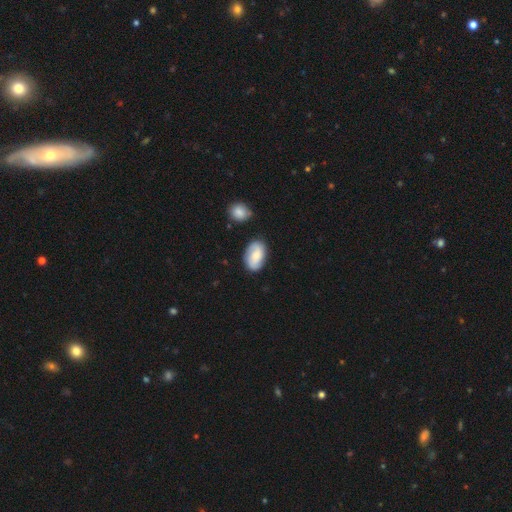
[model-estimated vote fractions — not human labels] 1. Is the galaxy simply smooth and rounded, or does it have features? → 56% smooth, 37% featured or disk, 7% star or artifact.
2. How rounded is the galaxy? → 89% in between, 9% round, 2% cigar-shaped.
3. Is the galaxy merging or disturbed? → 76% none, 16% minor disturbance, 4% merger, 4% major disturbance.